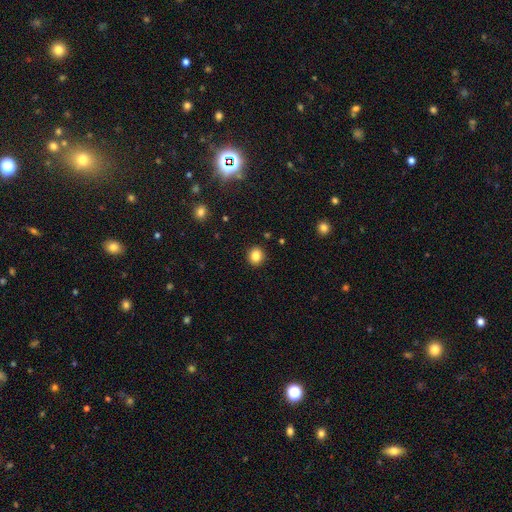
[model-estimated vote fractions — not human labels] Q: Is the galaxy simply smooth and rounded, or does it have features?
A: smooth — 84%.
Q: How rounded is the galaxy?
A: round — 83%.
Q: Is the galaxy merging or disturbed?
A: none — 92%.